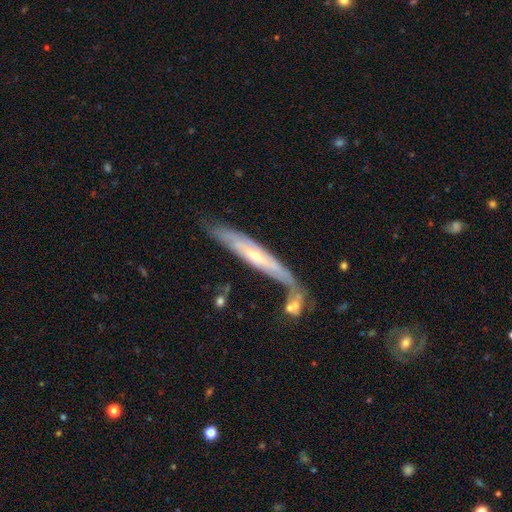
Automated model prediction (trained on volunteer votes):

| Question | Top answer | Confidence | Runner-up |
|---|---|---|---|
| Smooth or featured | featured or disk | 71% | smooth (24%) |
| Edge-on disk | yes | 55% | no (45%) |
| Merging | none | 53% | minor disturbance (21%) |